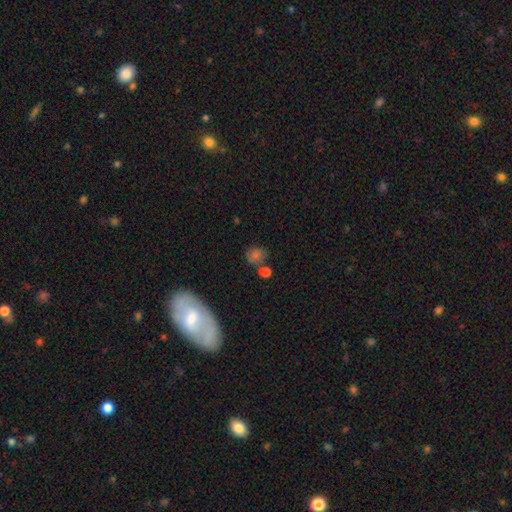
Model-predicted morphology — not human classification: smooth 58%, featured or disk 23%, star or artifact 20%. Down the decision tree: how rounded — round (58%); merging — none (67%).